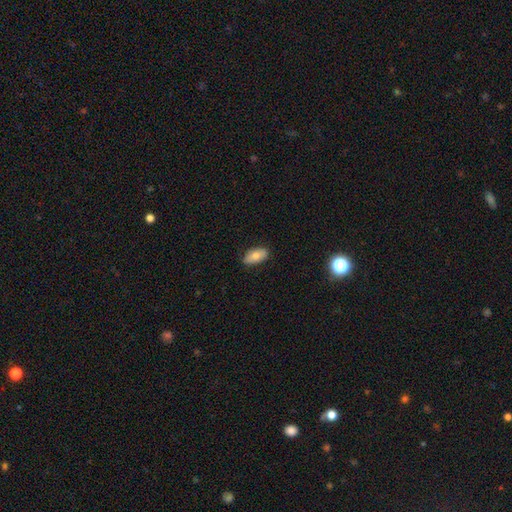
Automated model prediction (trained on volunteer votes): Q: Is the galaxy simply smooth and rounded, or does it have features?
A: smooth — 74%.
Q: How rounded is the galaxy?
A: in between — 93%.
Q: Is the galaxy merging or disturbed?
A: none — 84%.